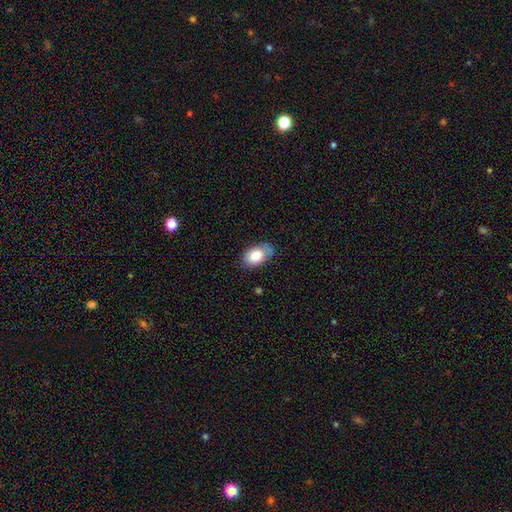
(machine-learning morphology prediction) smooth-or-featured: smooth: 80% | featured or disk: 13% | star or artifact: 7%
  how-rounded: in between: 90% | round: 8% | cigar-shaped: 1%
  merging: none: 69% | minor disturbance: 25% | major disturbance: 5% | merger: 2%